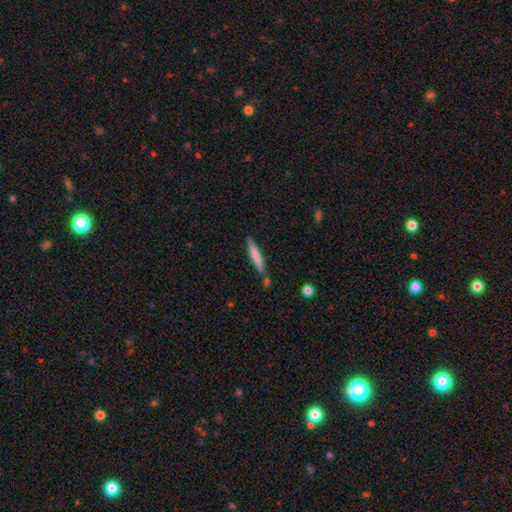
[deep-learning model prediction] Smooth or featured: smooth — 71% (featured or disk — 23%)
How rounded: cigar-shaped — 93% (in between — 6%)
Merging: none — 70% (minor disturbance — 16%)